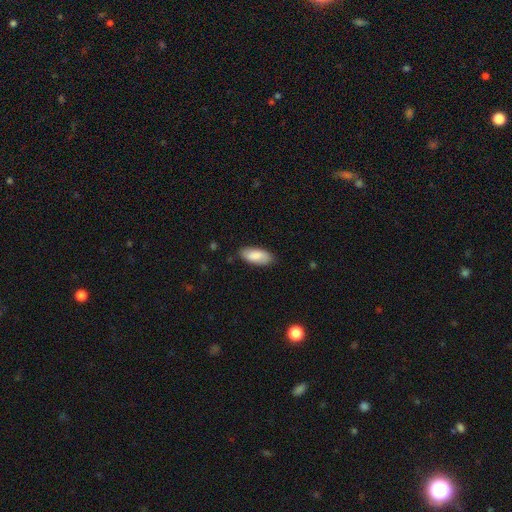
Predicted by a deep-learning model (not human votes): Smooth or featured?
  - smooth: 83% *
  - featured or disk: 11%
  - star or artifact: 6%
How rounded?
  - in between: 87% *
  - cigar-shaped: 11%
  - round: 2%
Merging?
  - none: 82% *
  - minor disturbance: 14%
  - major disturbance: 3%
  - merger: 1%